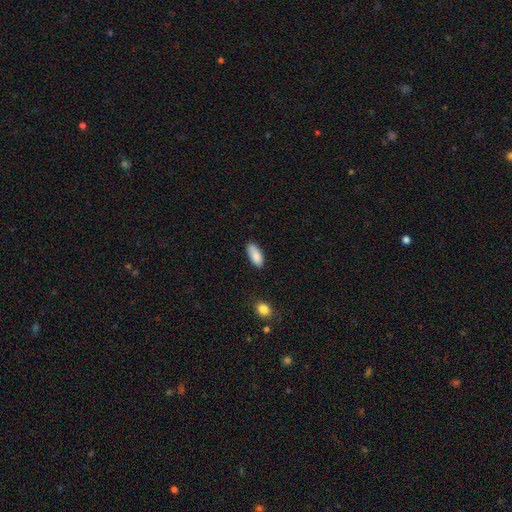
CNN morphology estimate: This is clearly a smooth galaxy (86%). How rounded: clearly in between (82%). Merging: likely none (76%).